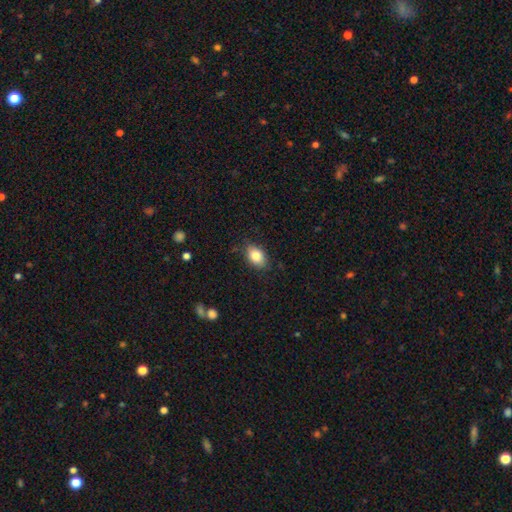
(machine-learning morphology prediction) Smooth or featured?
  - smooth: 84% *
  - featured or disk: 8%
  - star or artifact: 8%
How rounded?
  - in between: 81% *
  - round: 17%
  - cigar-shaped: 1%
Merging?
  - none: 80% *
  - minor disturbance: 16%
  - major disturbance: 3%
  - merger: 1%